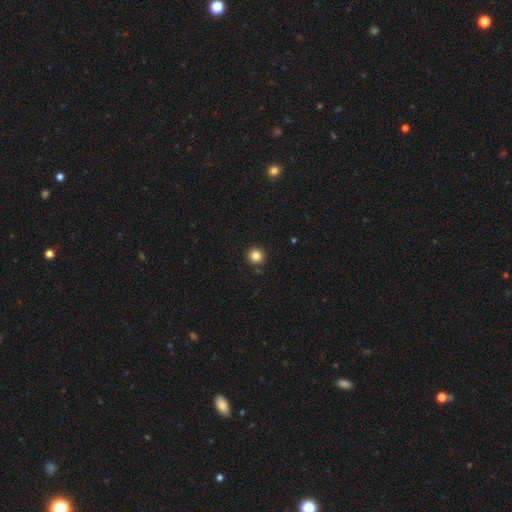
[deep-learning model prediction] Smooth or featured? smooth (84%)
How rounded? round (95%)
Merging? none (91%)